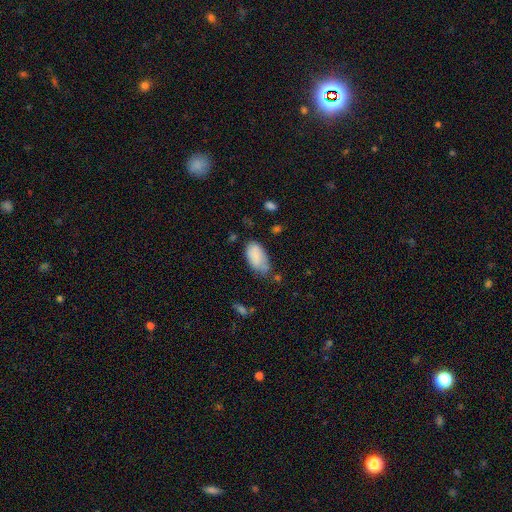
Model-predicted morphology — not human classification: This is clearly a smooth galaxy (83%). How rounded: clearly in between (94%). Merging: possibly none (51%).